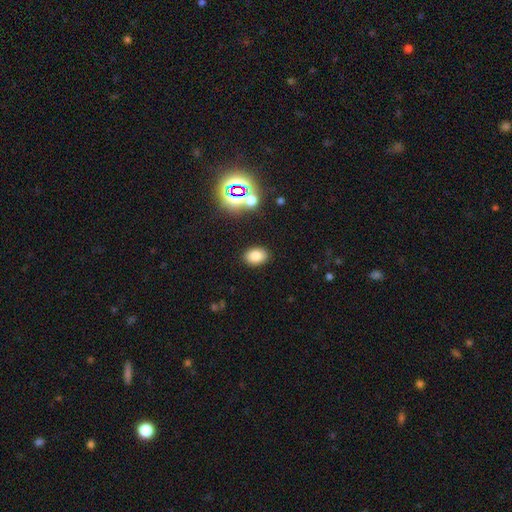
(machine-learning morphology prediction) The model was most divided on "how rounded": in between: 80%, round: 19%, cigar-shaped: 1%. More confident: merging — none (88%); smooth or featured — smooth (79%).